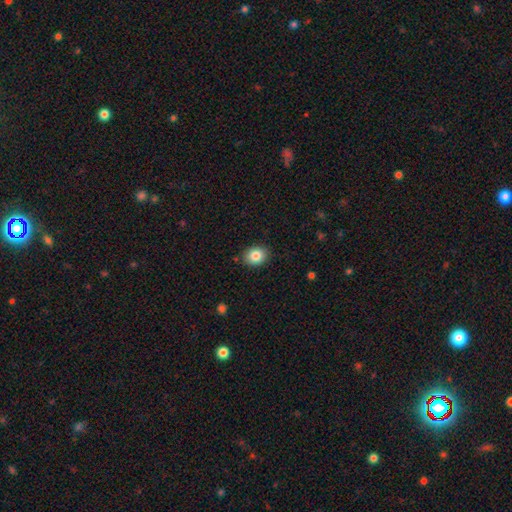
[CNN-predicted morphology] Smooth or featured? Predicted: smooth (p=0.84). How rounded? Predicted: round (p=0.53). Merging? Predicted: none (p=0.88).